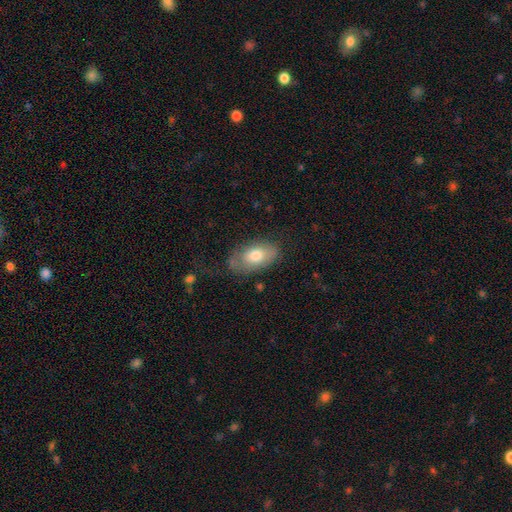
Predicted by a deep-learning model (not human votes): A smooth galaxy with no disk features (73%) that is in between round and cigar-shaped (92%).

Vote fractions:
- Smooth or featured? smooth: 73% / featured or disk: 20% / star or artifact: 7%
- How rounded? in between: 92% / round: 5% / cigar-shaped: 2%
- Merging? none: 63% / minor disturbance: 24% / major disturbance: 10% / merger: 2%